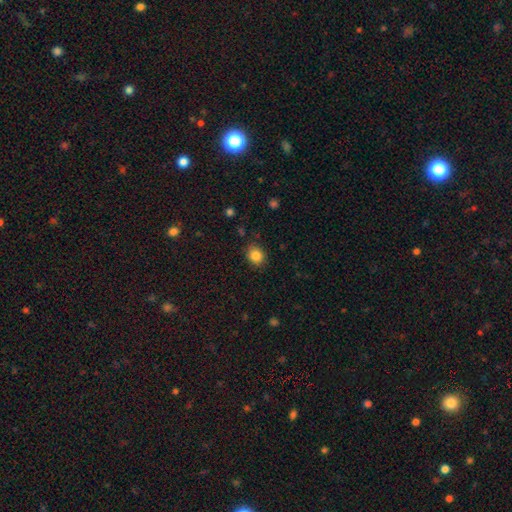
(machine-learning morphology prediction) Q: Smooth or featured?
A: smooth (84%); runner-up: star or artifact (10%)
Q: How rounded?
A: round (66%); runner-up: in between (33%)
Q: Merging?
A: none (86%); runner-up: minor disturbance (11%)